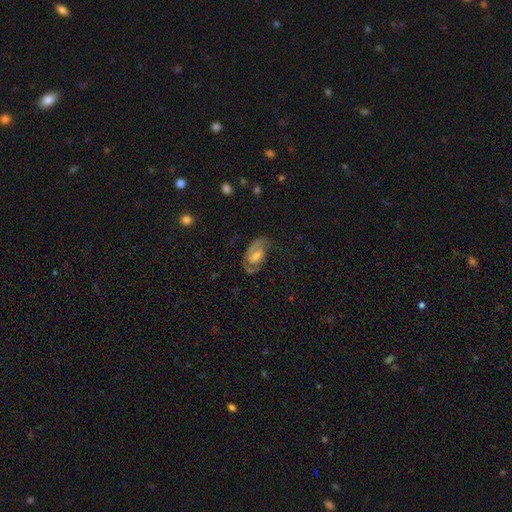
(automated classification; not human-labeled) This appears to be a featured or disk galaxy (72%) with no bar (46%), 2 (75%) medium (46%) spiral arms (85%) and a moderate central bulge (52%). Merging: none (66%).